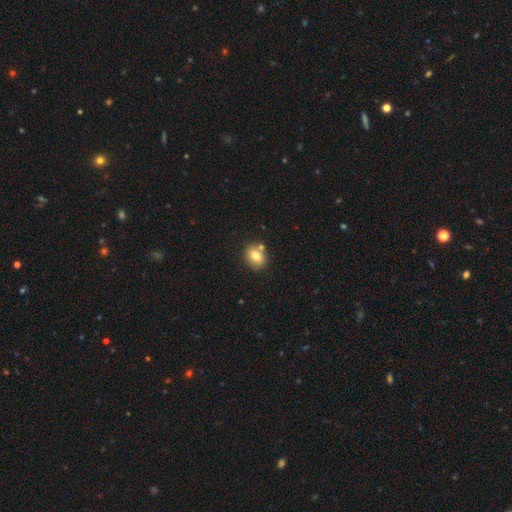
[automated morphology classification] A smooth galaxy with no disk features (80%) that is in between round and cigar-shaped (60%).

Vote fractions:
- Smooth or featured? smooth: 80% / featured or disk: 11% / star or artifact: 9%
- How rounded? in between: 60% / round: 39% / cigar-shaped: 1%
- Merging? none: 71% / merger: 14% / minor disturbance: 13% / major disturbance: 3%